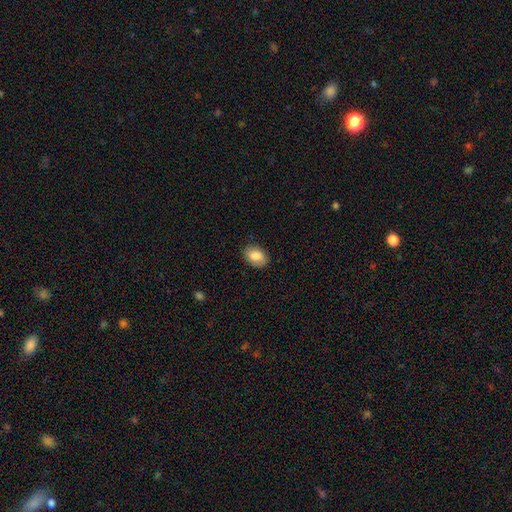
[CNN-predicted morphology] type=smooth (85%); roundness=in between (80%); merging=none (84%).